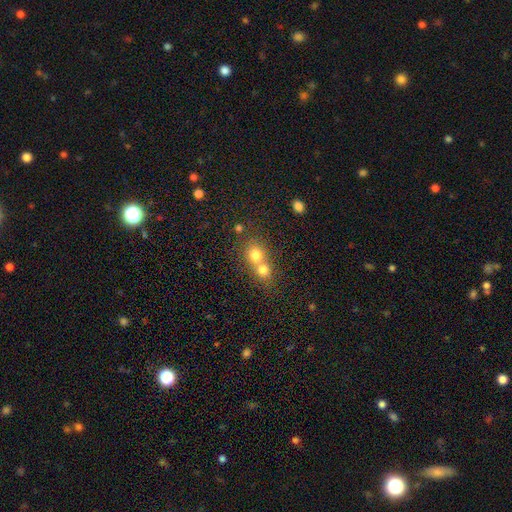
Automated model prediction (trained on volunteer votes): Morphology: type=smooth (74%); roundness=round (76%); merging=merger (66%).